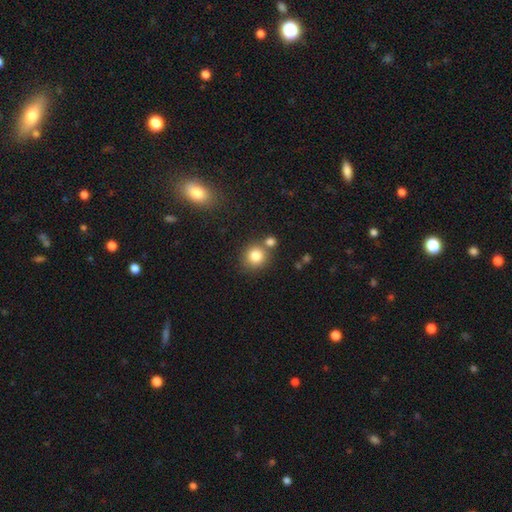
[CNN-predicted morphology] Smooth or featured?
  - smooth: 82% *
  - star or artifact: 11%
  - featured or disk: 7%
How rounded?
  - round: 87% *
  - in between: 12%
  - cigar-shaped: 1%
Merging?
  - none: 67% *
  - merger: 20%
  - minor disturbance: 9%
  - major disturbance: 3%